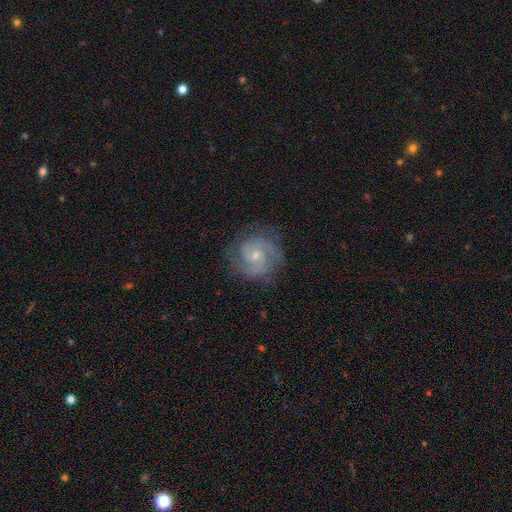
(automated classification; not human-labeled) Smooth or featured? featured or disk (86%)
Edge-on disk? no (98%)
Bar? no (56%)
Spiral arms? yes (97%)
Spiral winding? tight (49%)
Spiral arm count? 2 (68%)
Bulge size? small (61%)
Merging? none (79%)